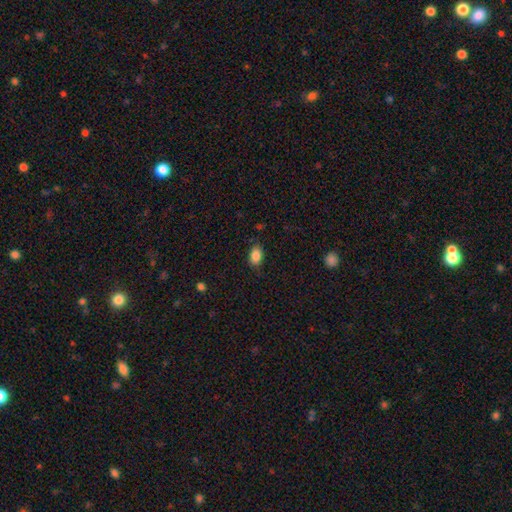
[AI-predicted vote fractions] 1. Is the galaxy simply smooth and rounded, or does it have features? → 87% smooth, 9% star or artifact, 5% featured or disk.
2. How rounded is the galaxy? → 83% in between, 16% round, 1% cigar-shaped.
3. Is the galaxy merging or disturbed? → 83% none, 12% minor disturbance, 3% major disturbance, 1% merger.